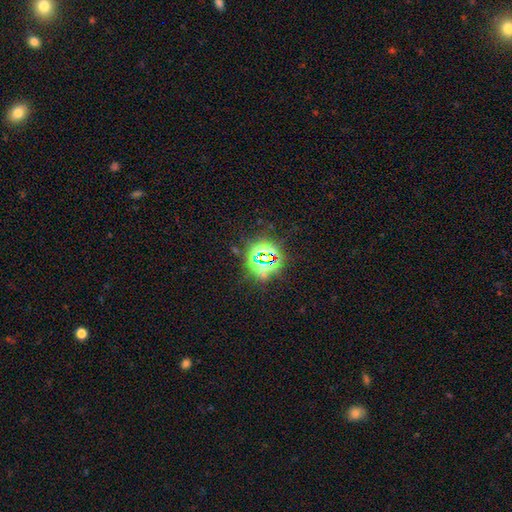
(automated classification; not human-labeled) Smooth or featured? star or artifact (79%)